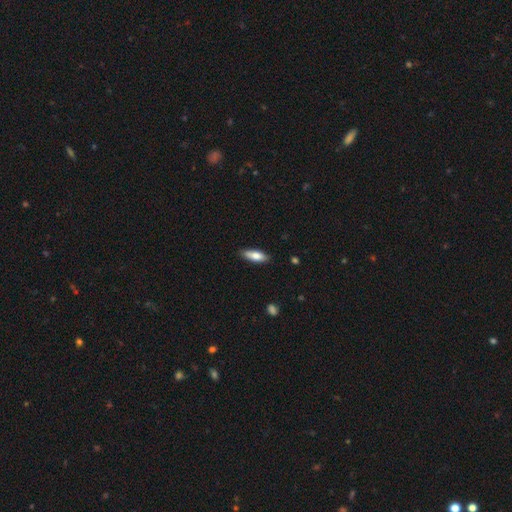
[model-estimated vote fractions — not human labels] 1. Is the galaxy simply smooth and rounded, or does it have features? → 76% smooth, 18% featured or disk, 6% star or artifact.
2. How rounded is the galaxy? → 56% in between, 42% cigar-shaped, 2% round.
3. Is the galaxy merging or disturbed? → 84% none, 12% minor disturbance, 2% major disturbance, 1% merger.